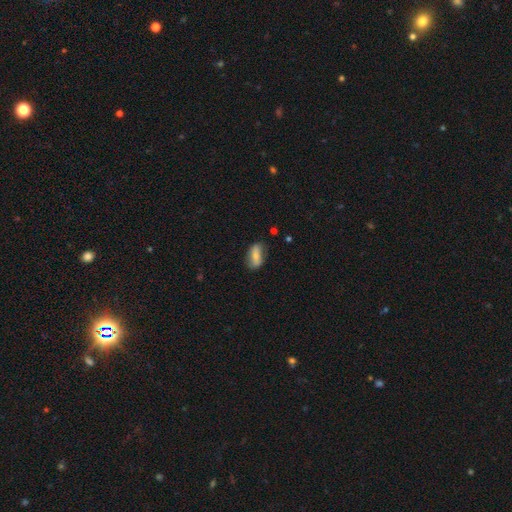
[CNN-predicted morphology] smooth 67%, featured or disk 26%, star or artifact 8%. Down the decision tree: how rounded — in between (82%); merging — none (71%).